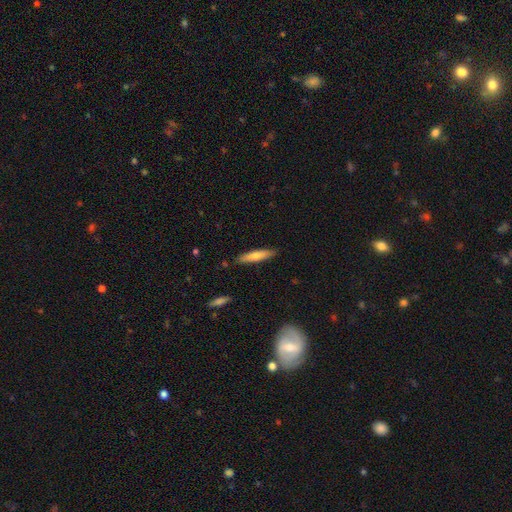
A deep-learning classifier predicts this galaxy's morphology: A smooth galaxy with no disk features (68%) that is cigar-shaped (84%). Merging: none (86%).